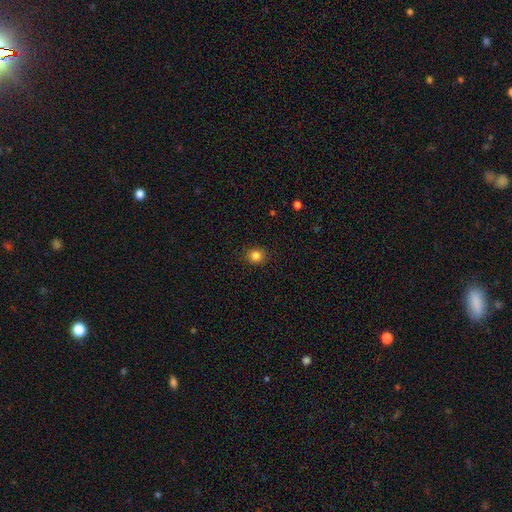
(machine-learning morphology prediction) smooth_or_featured: smooth (p=0.83) [alt: star or artifact p=0.12]
how_rounded: round (p=0.79) [alt: in between p=0.20]
merging: none (p=0.90) [alt: minor disturbance p=0.07]